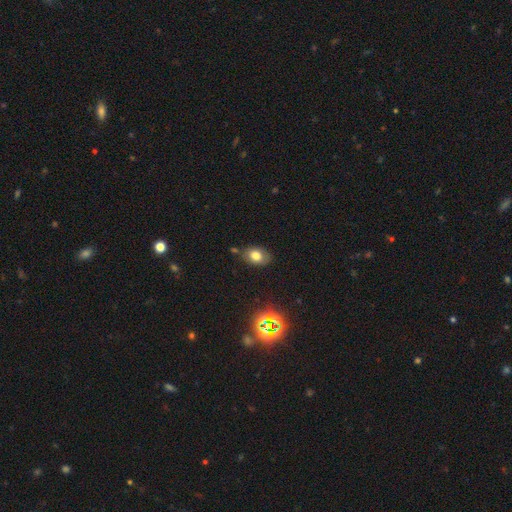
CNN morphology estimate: A smooth galaxy with no disk features (74%) that is in between round and cigar-shaped (78%).

Vote fractions:
- Smooth or featured? smooth: 74% / star or artifact: 14% / featured or disk: 12%
- How rounded? in between: 78% / round: 21% / cigar-shaped: 1%
- Merging? none: 76% / minor disturbance: 16% / merger: 5% / major disturbance: 3%